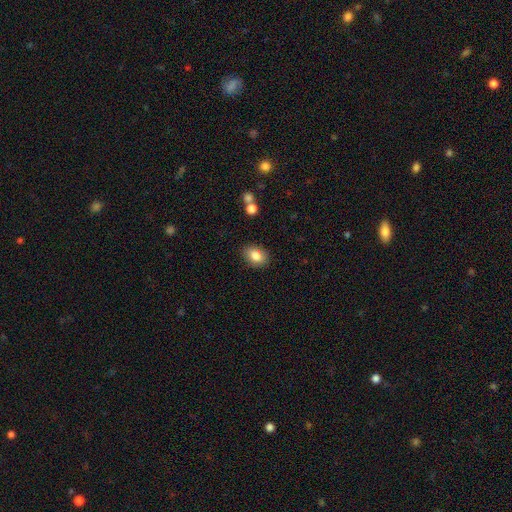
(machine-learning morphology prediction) The model was most divided on "how rounded": in between: 77%, round: 22%, cigar-shaped: 1%. More confident: merging — none (85%); smooth or featured — smooth (84%).